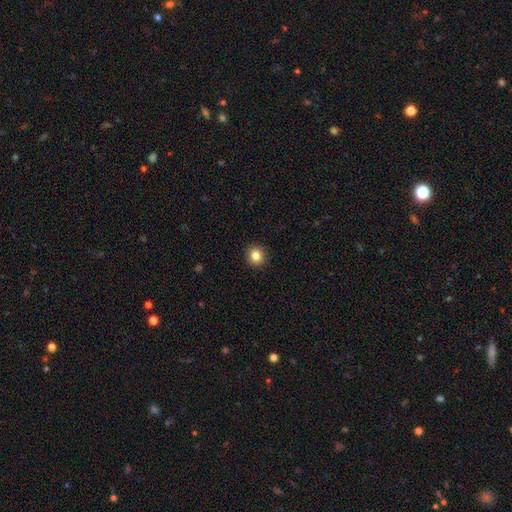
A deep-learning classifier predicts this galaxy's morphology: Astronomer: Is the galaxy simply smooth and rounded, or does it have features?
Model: smooth — 84%.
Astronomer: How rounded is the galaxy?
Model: round — 93%.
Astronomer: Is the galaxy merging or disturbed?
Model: none — 92%.